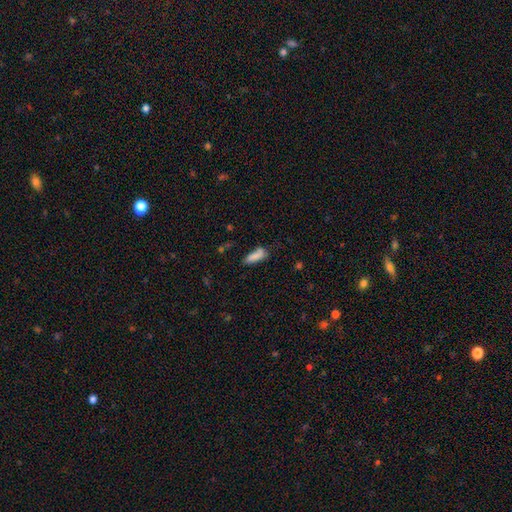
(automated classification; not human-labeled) This appears to be a smooth galaxy with no disk features (82%) that is in between round and cigar-shaped (51%). Merging: none (54%).